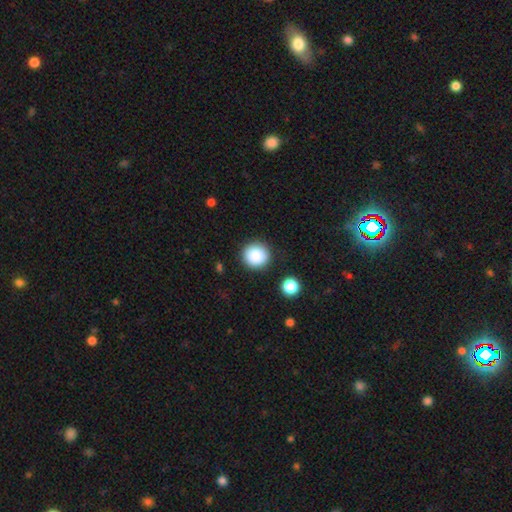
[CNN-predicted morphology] A smooth galaxy with no disk features (87%) that is round (93%). Merging: none (88%).